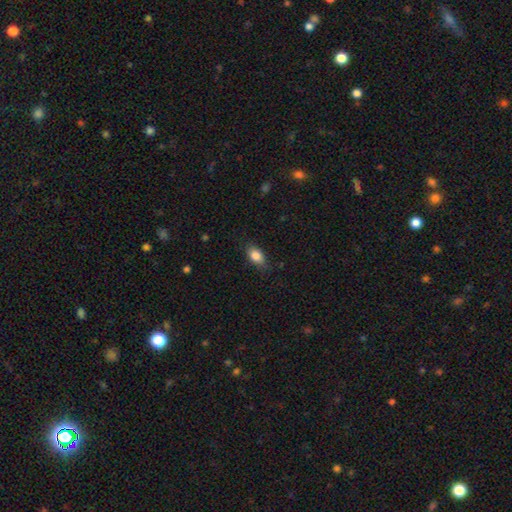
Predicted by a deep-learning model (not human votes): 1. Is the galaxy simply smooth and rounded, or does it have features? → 84% smooth, 8% featured or disk, 8% star or artifact.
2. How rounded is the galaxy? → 86% in between, 10% round, 4% cigar-shaped.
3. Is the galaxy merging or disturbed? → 79% none, 16% minor disturbance, 3% major disturbance, 1% merger.